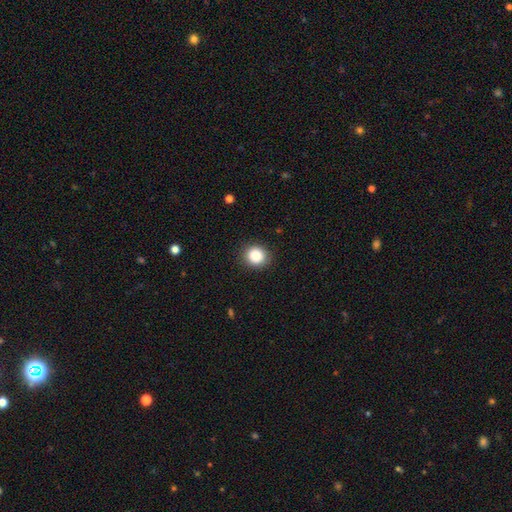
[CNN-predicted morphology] Smooth or featured: smooth — 87% (star or artifact — 9%)
How rounded: round — 86% (in between — 13%)
Merging: none — 89% (minor disturbance — 8%)